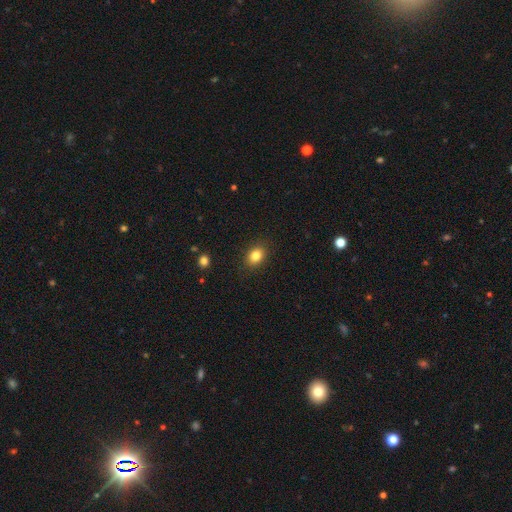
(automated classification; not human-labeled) Overall: smooth (83%). How rounded: in between (58%; round 41%). Merging: none (89%).